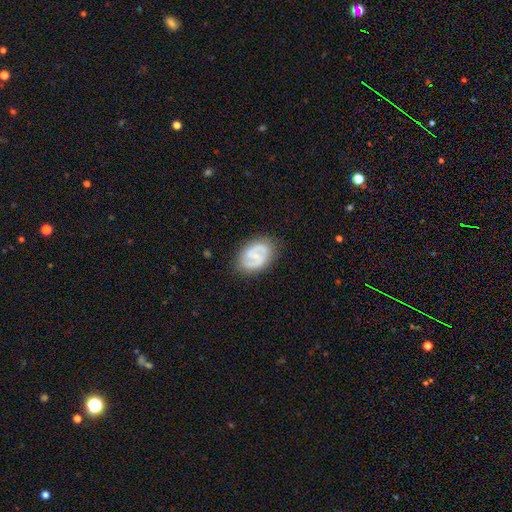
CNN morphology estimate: Smooth or featured? Predicted: featured or disk (p=0.75). Edge-on disk? Predicted: no (p=0.97). Bar? Predicted: weak (p=0.49). Spiral arms? Predicted: yes (p=0.86). Spiral winding? Predicted: medium (p=0.48). Spiral arm count? Predicted: 2 (p=0.84). Bulge size? Predicted: small (p=0.60). Merging? Predicted: none (p=0.82).